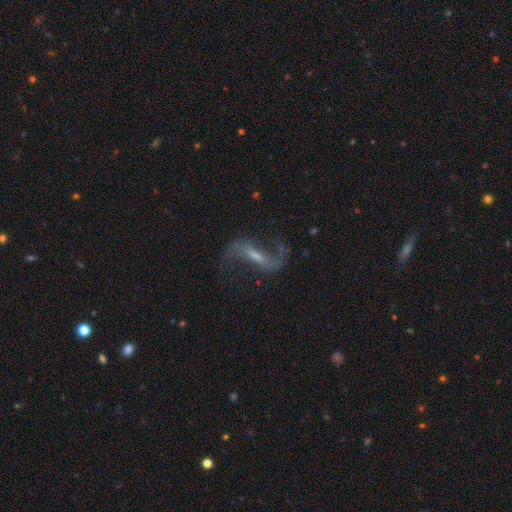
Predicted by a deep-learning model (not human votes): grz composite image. It shows a featured or disk galaxy (84%) with a strong bar (44%), 2 (93%) loose (86%) spiral arms (94%) and a small central bulge (38%). Merging: none (70%).